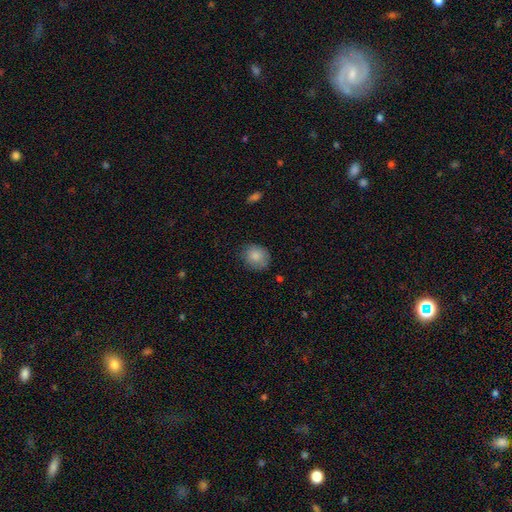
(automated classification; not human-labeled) Overall: smooth (85%). How rounded: round (71%). Merging: none (77%).